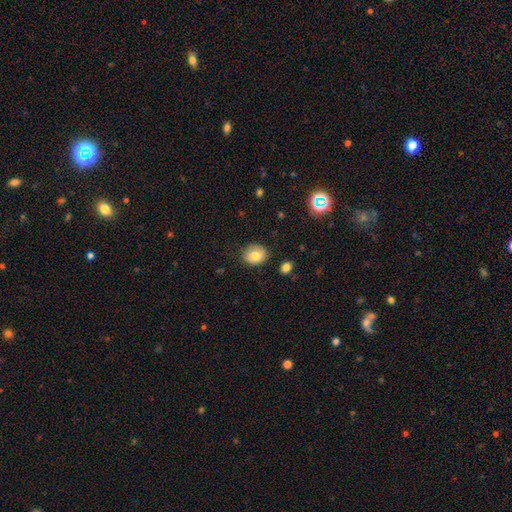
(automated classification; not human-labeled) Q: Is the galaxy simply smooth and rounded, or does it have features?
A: smooth — 77%.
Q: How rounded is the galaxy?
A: round — 67%.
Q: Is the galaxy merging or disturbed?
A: none — 80%.